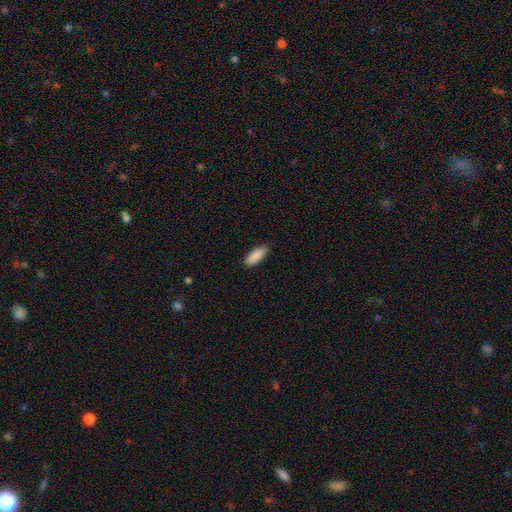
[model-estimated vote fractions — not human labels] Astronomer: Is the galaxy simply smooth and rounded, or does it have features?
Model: smooth — 90%.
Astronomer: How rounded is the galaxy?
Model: in between — 70%.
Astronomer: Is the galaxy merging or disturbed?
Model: none — 86%.